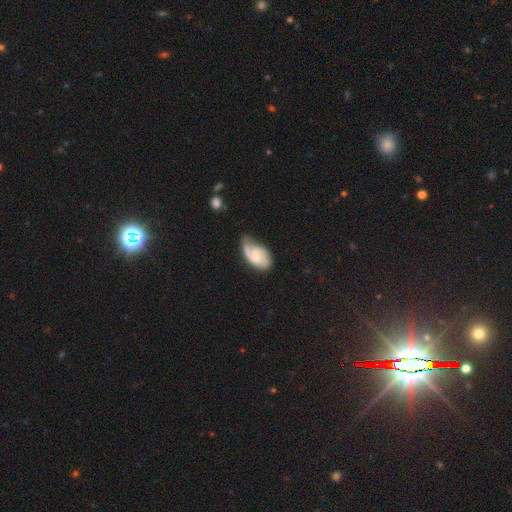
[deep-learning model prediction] featured or disk 69%, smooth 25%, star or artifact 6%. Down the decision tree: edge-on disk — no (97%); bar — no (49%); spiral arms — yes (92%); spiral arm count — 2 (67%); spiral winding — medium (45%); bulge size — small (53%); merging — none (43%).